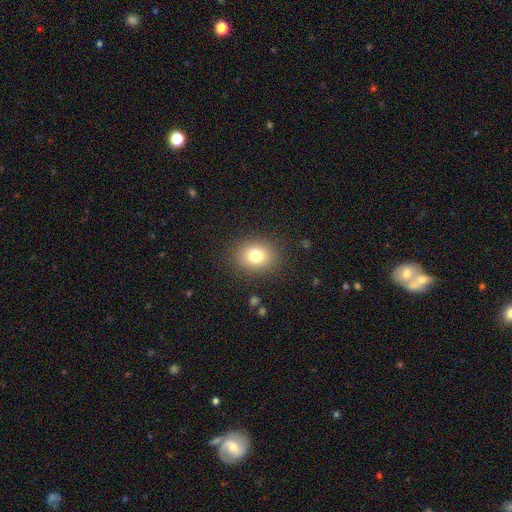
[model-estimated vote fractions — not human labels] Q: Smooth or featured?
A: smooth (78%); runner-up: star or artifact (12%)
Q: How rounded?
A: round (65%); runner-up: in between (34%)
Q: Merging?
A: none (87%); runner-up: minor disturbance (8%)